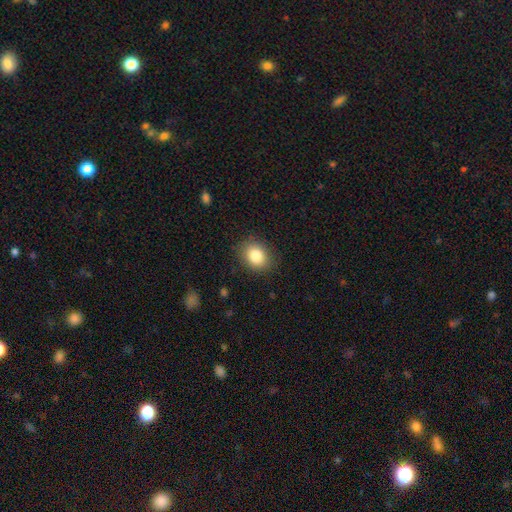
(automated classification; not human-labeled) Smooth or featured: smooth — 84% (star or artifact — 9%)
How rounded: in between — 50% (round — 49%)
Merging: none — 87% (minor disturbance — 10%)